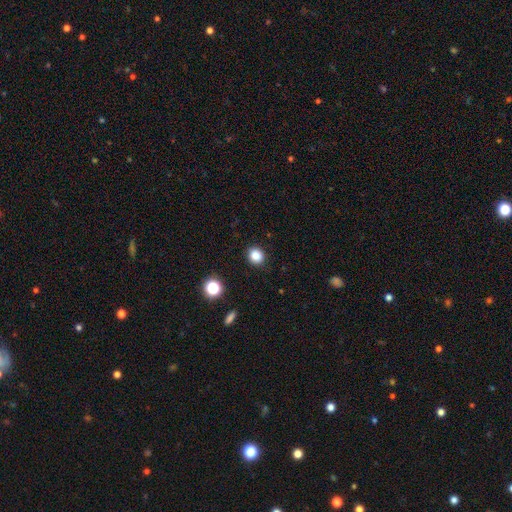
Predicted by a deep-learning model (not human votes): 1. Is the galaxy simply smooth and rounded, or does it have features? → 85% smooth, 11% star or artifact, 4% featured or disk.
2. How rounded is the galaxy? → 76% round, 23% in between, 1% cigar-shaped.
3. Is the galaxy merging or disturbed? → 90% none, 6% minor disturbance, 2% major disturbance, 1% merger.